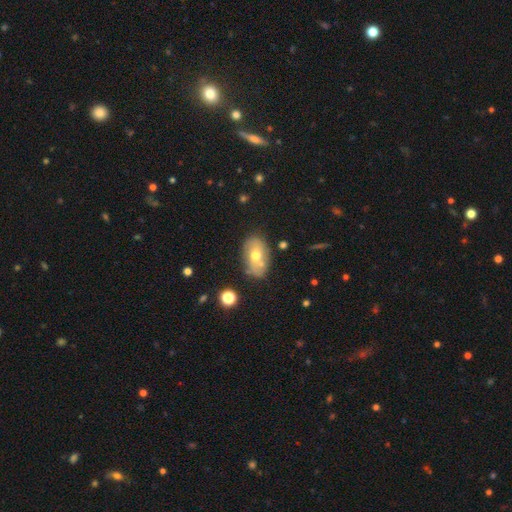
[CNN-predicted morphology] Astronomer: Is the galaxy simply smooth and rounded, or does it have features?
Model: smooth — 55% (runner-up: featured or disk, 36%).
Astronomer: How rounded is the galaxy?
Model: in between — 85%.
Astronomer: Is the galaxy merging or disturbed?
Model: none — 67%.